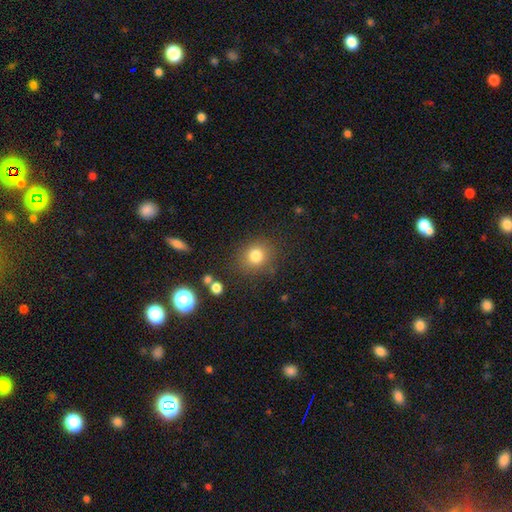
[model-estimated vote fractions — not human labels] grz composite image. It shows a smooth galaxy with no disk features (81%) that is round (82%). Merging: none (83%).